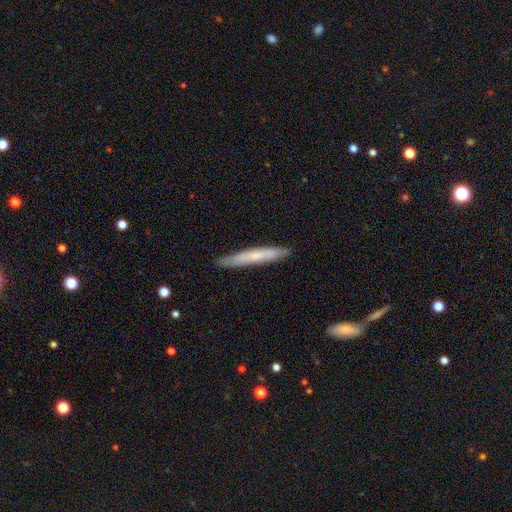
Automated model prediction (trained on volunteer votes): A smooth galaxy with no disk features (61%) that is cigar-shaped (95%). Merging: none (89%).